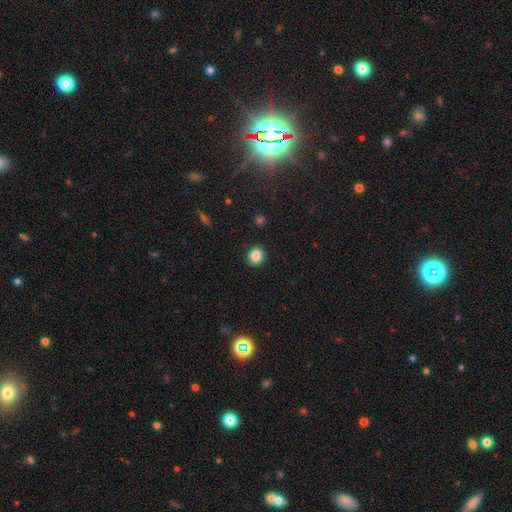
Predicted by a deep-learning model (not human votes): Smooth or featured: smooth — 85% (star or artifact — 10%)
How rounded: round — 77% (in between — 22%)
Merging: none — 91% (minor disturbance — 6%)